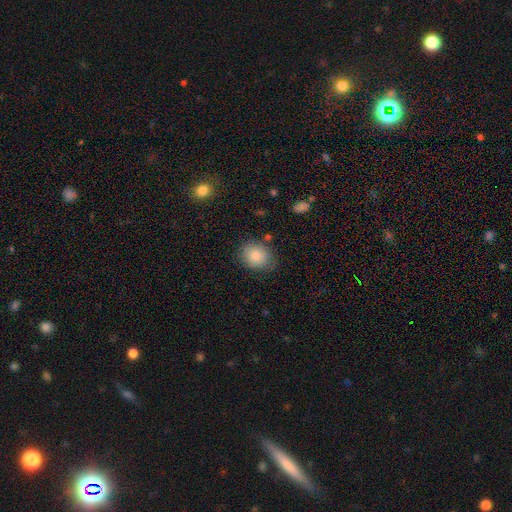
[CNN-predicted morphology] This is clearly a smooth galaxy (82%). How rounded: likely round (64%). Merging: likely none (77%).